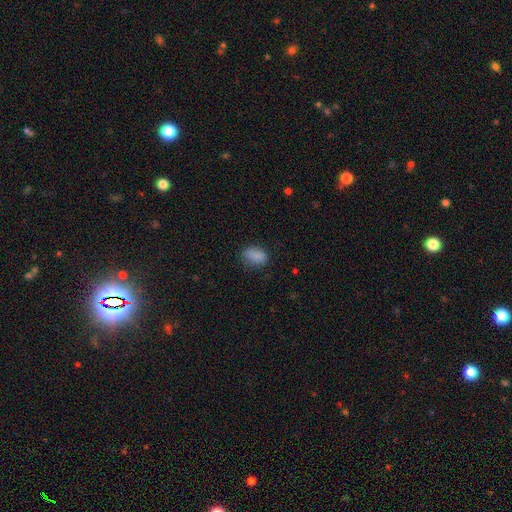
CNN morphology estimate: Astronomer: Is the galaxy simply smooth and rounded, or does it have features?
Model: smooth — 85%.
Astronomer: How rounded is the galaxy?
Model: in between — 85%.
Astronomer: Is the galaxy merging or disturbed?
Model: none — 70%.